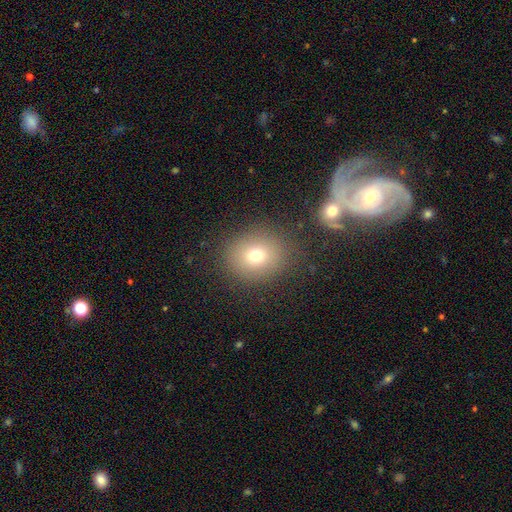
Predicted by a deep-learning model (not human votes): The model was most divided on "how rounded": round: 72%, in between: 27%, cigar-shaped: 1%. More confident: merging — none (82%); smooth or featured — smooth (72%).